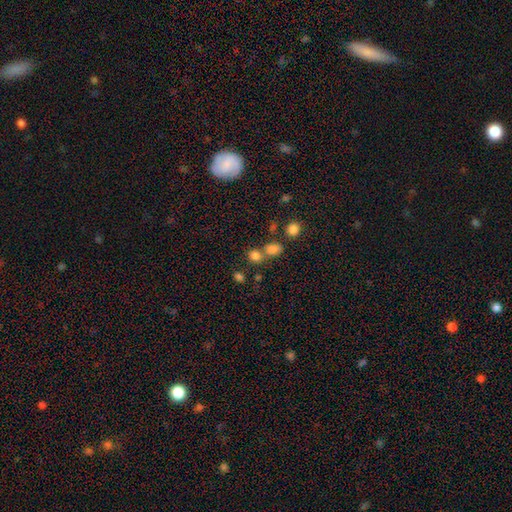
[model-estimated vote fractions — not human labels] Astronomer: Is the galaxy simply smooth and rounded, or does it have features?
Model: smooth — 78%.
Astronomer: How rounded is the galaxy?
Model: round — 75%.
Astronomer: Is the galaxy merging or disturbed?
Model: none — 52% (runner-up: merger, 37%).